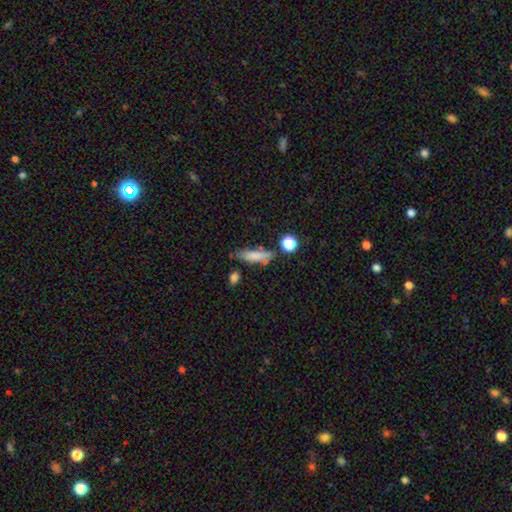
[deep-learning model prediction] Smooth or featured? Predicted: smooth (p=0.77). How rounded? Predicted: cigar-shaped (p=0.63). Merging? Predicted: none (p=0.63).